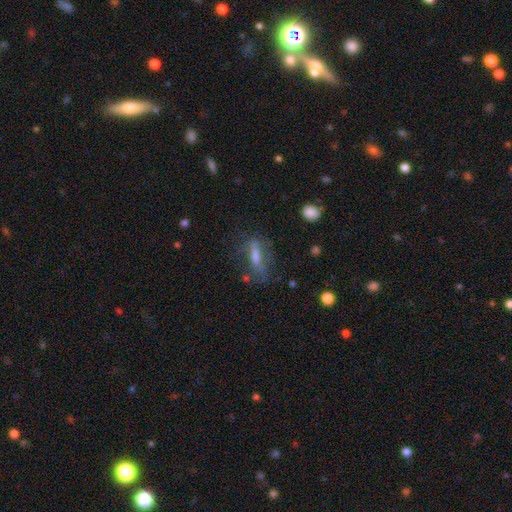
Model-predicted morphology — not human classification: smooth 45%, featured or disk 42%, star or artifact 12%. Down the decision tree: merging — none (59%).